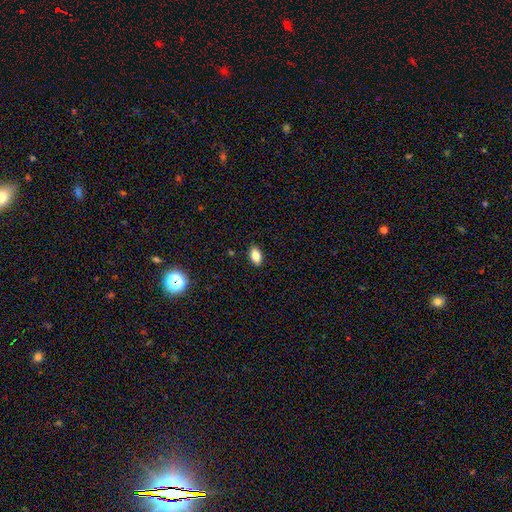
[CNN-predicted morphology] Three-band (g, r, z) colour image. It shows a smooth galaxy with no disk features (82%) that is in between round and cigar-shaped (90%). Merging: none (89%).